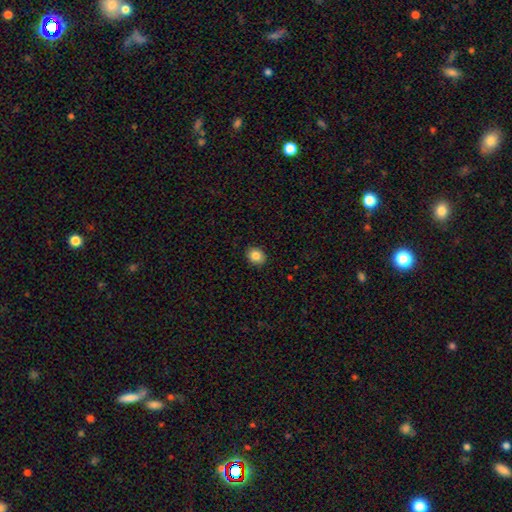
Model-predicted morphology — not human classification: Overall: smooth (85%). How rounded: round (58%; in between 41%). Merging: none (90%).